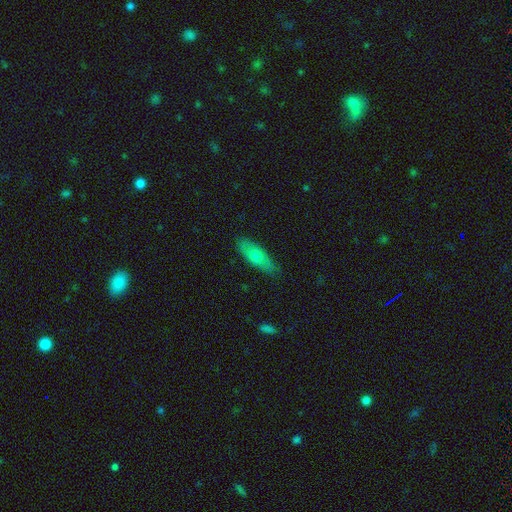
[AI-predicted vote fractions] The model was most divided on "how rounded": in between: 54%, cigar-shaped: 43%, round: 3%. More confident: merging — none (84%); smooth or featured — smooth (64%).